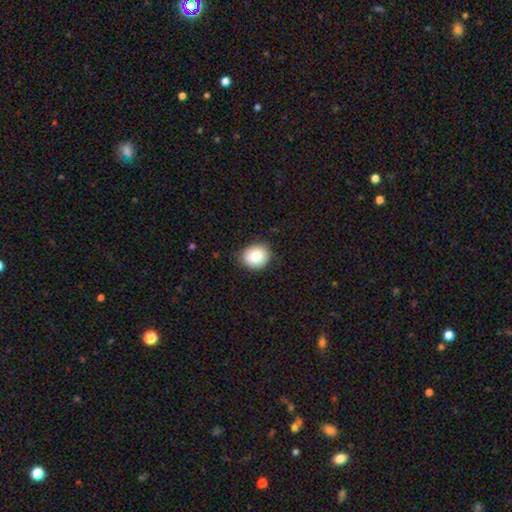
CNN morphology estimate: This is likely a smooth galaxy (77%). How rounded: clearly round (81%). Merging: clearly none (85%).